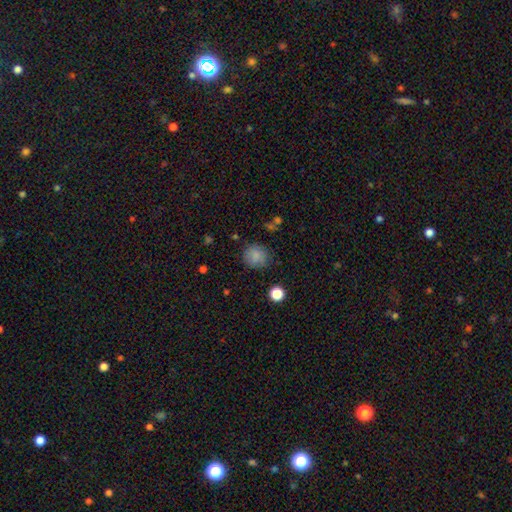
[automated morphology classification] Q: Smooth or featured?
A: smooth (84%); runner-up: star or artifact (11%)
Q: How rounded?
A: round (89%); runner-up: in between (10%)
Q: Merging?
A: none (83%); runner-up: minor disturbance (11%)